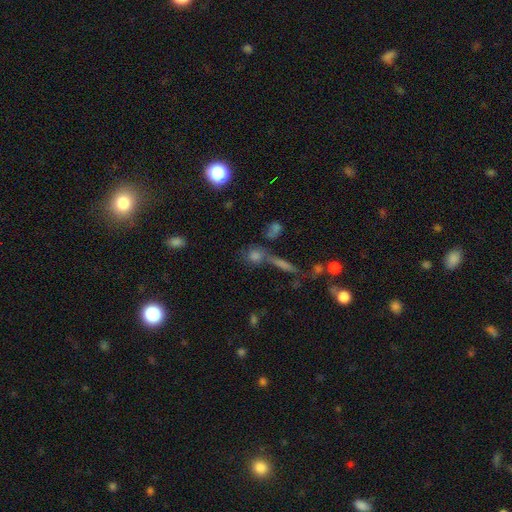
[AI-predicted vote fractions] Overall: smooth (43%; star or artifact 38%). Merging: none (61%).